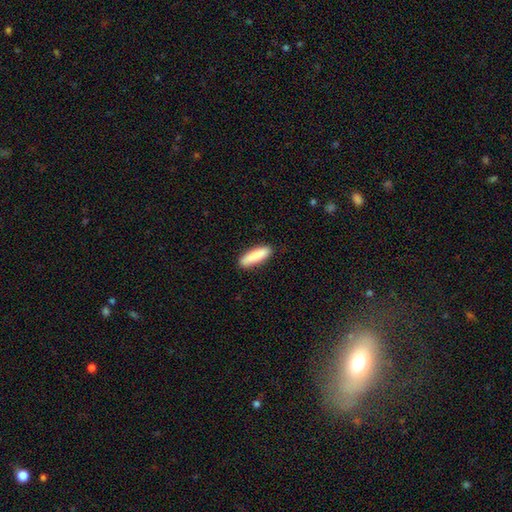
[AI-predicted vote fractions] smooth_or_featured: smooth (p=0.87) [alt: featured or disk p=0.07]
how_rounded: cigar-shaped (p=0.66) [alt: in between p=0.33]
merging: none (p=0.87) [alt: minor disturbance p=0.10]